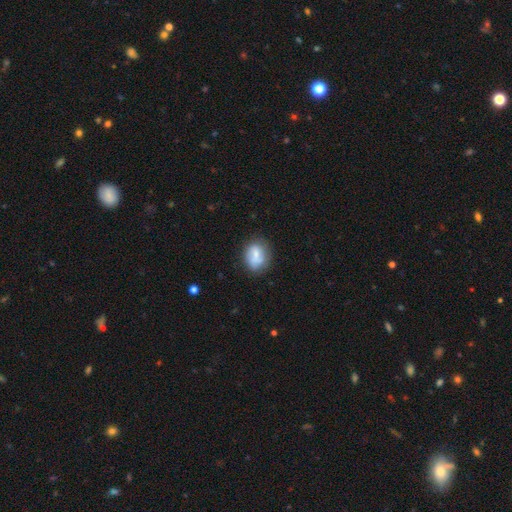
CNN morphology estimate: Overall: smooth (68%). How rounded: in between (57%; round 41%). Merging: none (65%).